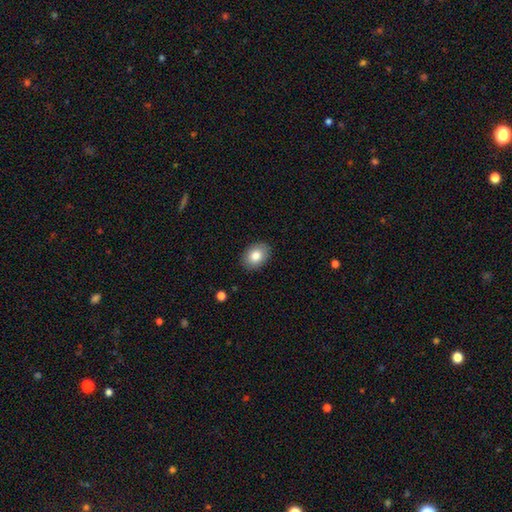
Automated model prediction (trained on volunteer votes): smooth-or-featured: smooth: 83% | featured or disk: 10% | star or artifact: 7%
  how-rounded: in between: 74% | round: 25% | cigar-shaped: 1%
  merging: none: 88% | minor disturbance: 9% | major disturbance: 2% | merger: 1%